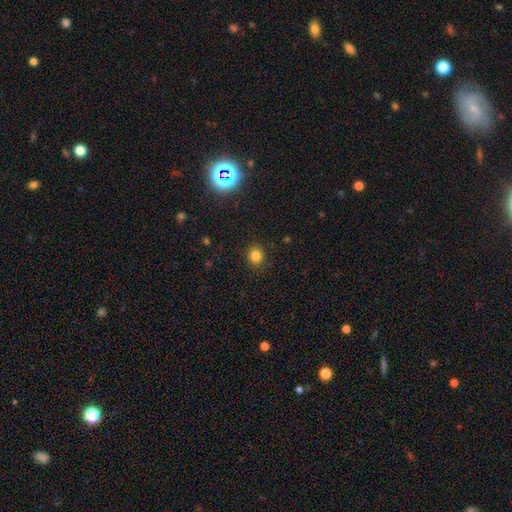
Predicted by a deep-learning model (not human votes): A smooth galaxy with no disk features (81%) that is round (77%).

Vote fractions:
- Smooth or featured? smooth: 81% / star or artifact: 14% / featured or disk: 5%
- How rounded? round: 77% / in between: 23% / cigar-shaped: 1%
- Merging? none: 89% / minor disturbance: 8% / major disturbance: 3% / merger: 1%